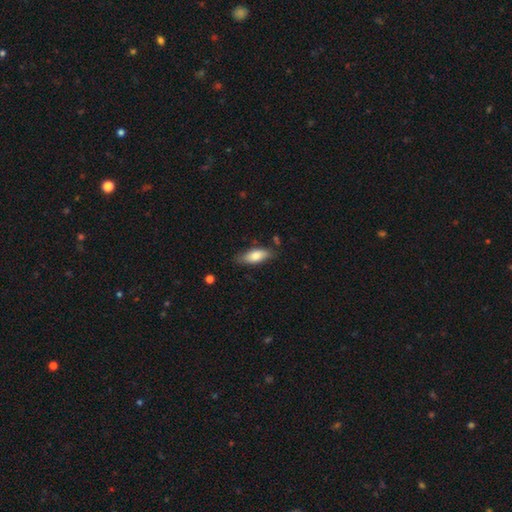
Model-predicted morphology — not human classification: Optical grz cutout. It shows a smooth galaxy with no disk features (77%) that is in between round and cigar-shaped (76%). Merging: none (77%).